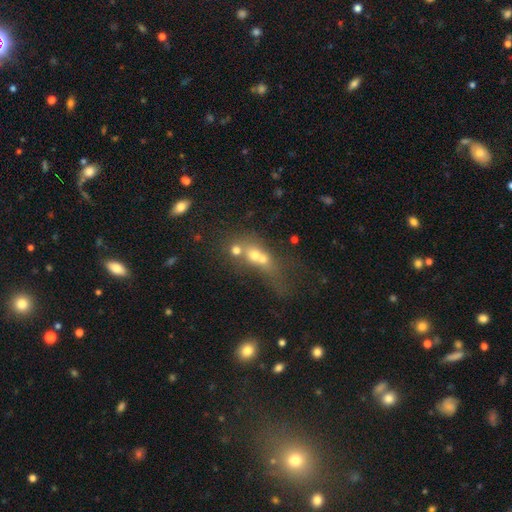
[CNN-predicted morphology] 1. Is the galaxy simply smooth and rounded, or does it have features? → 51% smooth, 31% featured or disk, 19% star or artifact.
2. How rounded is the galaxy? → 51% round, 38% in between, 12% cigar-shaped.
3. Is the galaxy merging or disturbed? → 64% merger, 19% none, 10% major disturbance, 7% minor disturbance.